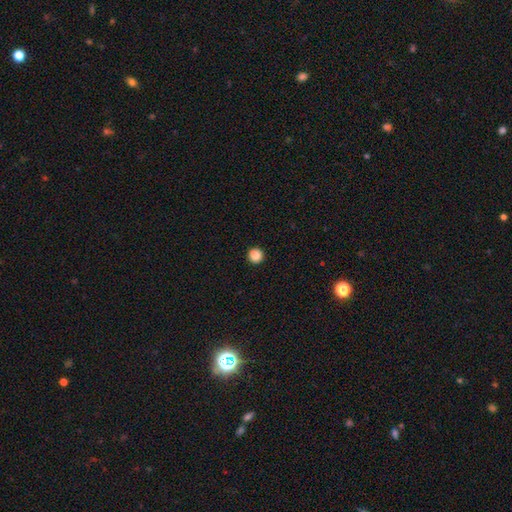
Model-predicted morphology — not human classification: Q: Smooth or featured?
A: smooth (87%); runner-up: star or artifact (10%)
Q: How rounded?
A: round (95%); runner-up: in between (4%)
Q: Merging?
A: none (93%); runner-up: minor disturbance (5%)